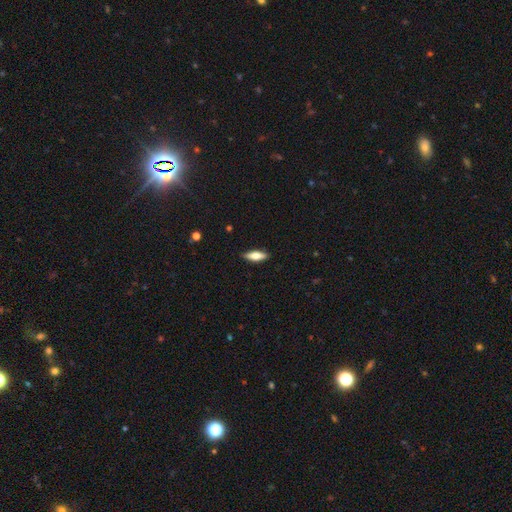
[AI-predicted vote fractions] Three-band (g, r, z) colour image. It shows a smooth galaxy with no disk features (65%) that is in between round and cigar-shaped (57%). Merging: none (88%).